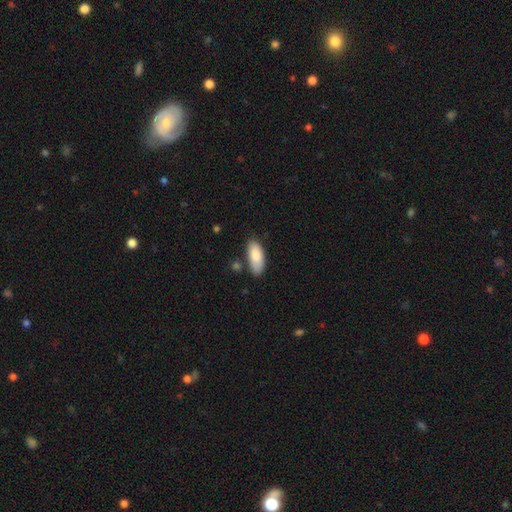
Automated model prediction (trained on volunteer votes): Smooth or featured: smooth — 84% (featured or disk — 10%)
How rounded: in between — 86% (cigar-shaped — 12%)
Merging: none — 74% (minor disturbance — 17%)